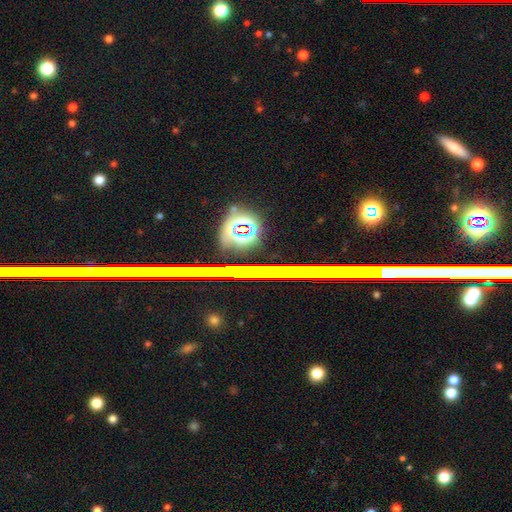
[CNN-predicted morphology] smooth_or_featured: star or artifact (p=0.73) [alt: featured or disk p=0.16]